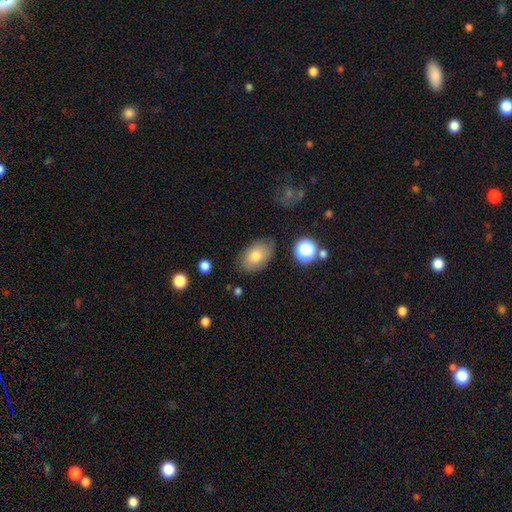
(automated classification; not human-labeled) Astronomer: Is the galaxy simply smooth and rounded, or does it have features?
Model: smooth — 77%.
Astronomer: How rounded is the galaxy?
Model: in between — 88%.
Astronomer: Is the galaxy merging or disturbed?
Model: none — 77%.